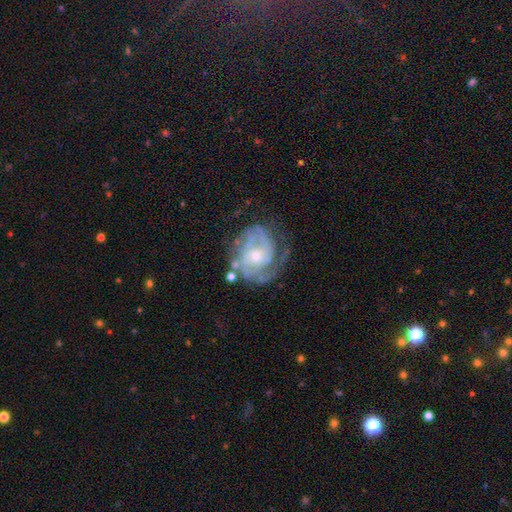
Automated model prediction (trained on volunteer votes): Q: Smooth or featured?
A: featured or disk (84%); runner-up: smooth (10%)
Q: Edge-on disk?
A: no (98%); runner-up: yes (2%)
Q: Bar?
A: no (67%); runner-up: weak (28%)
Q: Spiral arms?
A: yes (93%); runner-up: no (7%)
Q: Spiral winding?
A: tight (55%); runner-up: medium (35%)
Q: Spiral arm count?
A: 2 (41%); runner-up: can't tell (26%)
Q: Bulge size?
A: moderate (52%); runner-up: small (37%)
Q: Merging?
A: none (60%); runner-up: minor disturbance (21%)